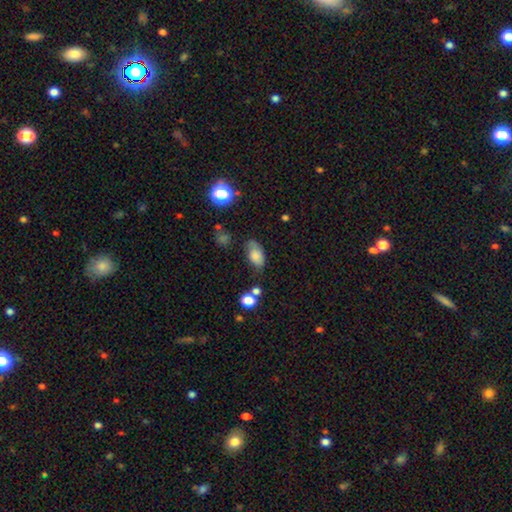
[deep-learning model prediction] The model was most divided on "merging": none: 54%, minor disturbance: 29%, major disturbance: 11%, merger: 6%. More confident: how rounded — in between (89%); smooth or featured — smooth (77%).